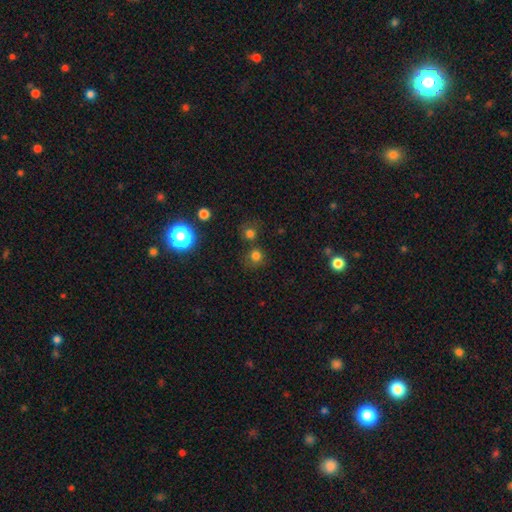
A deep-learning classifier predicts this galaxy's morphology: type=smooth (71%); roundness=round (88%); merging=none (66%).